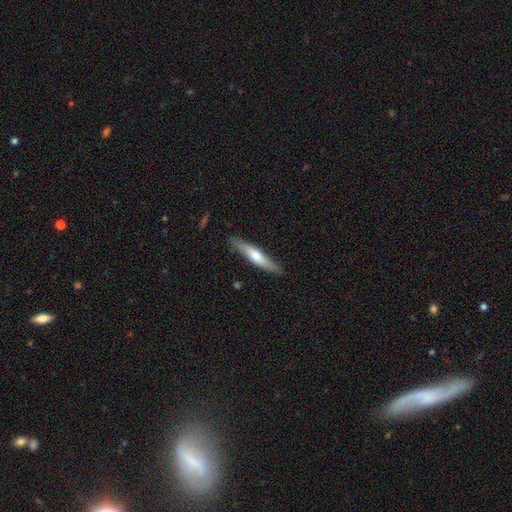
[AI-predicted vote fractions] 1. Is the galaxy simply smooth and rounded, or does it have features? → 55% smooth, 39% featured or disk, 5% star or artifact.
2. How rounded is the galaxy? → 88% cigar-shaped, 11% in between, 1% round.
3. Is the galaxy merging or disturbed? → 87% none, 10% minor disturbance, 2% major disturbance, 1% merger.